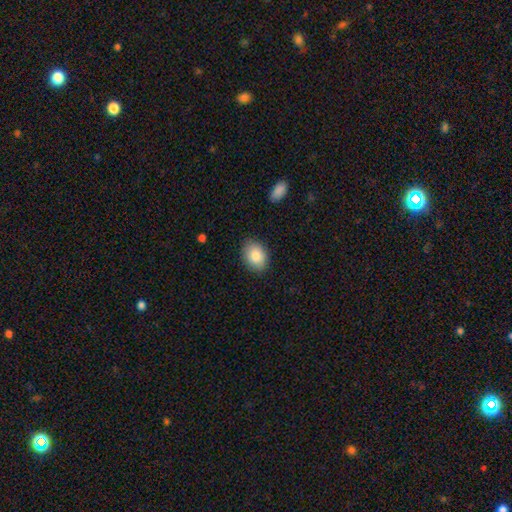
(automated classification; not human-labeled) Smooth or featured? smooth (85%)
How rounded? in between (72%)
Merging? none (87%)